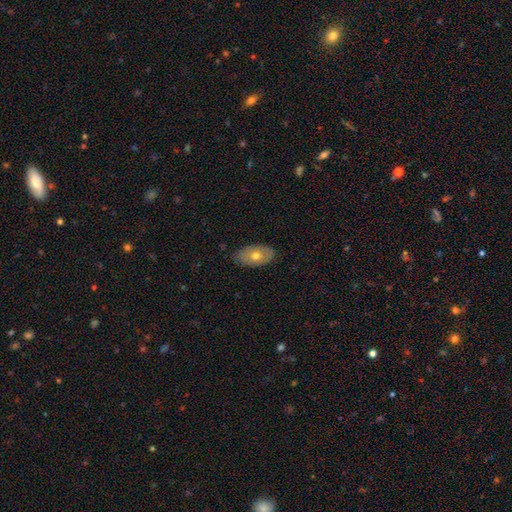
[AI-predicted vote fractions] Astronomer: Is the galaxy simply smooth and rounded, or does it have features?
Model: smooth — 59%.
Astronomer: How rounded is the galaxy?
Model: in between — 91%.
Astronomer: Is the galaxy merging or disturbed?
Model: none — 80%.